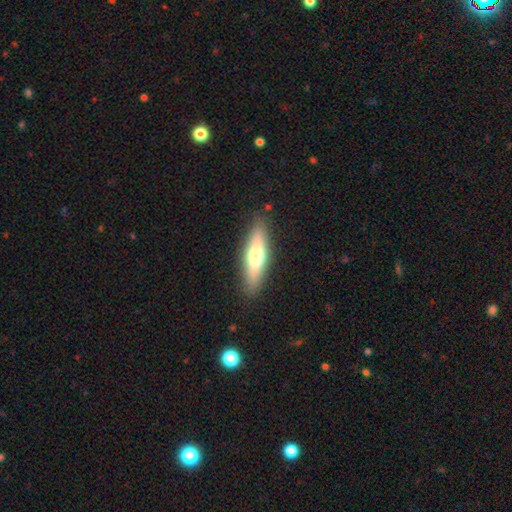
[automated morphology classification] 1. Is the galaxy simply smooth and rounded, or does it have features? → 58% smooth, 36% featured or disk, 6% star or artifact.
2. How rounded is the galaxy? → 58% cigar-shaped, 40% in between, 2% round.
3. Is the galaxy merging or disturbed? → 87% none, 9% minor disturbance, 3% major disturbance, 1% merger.